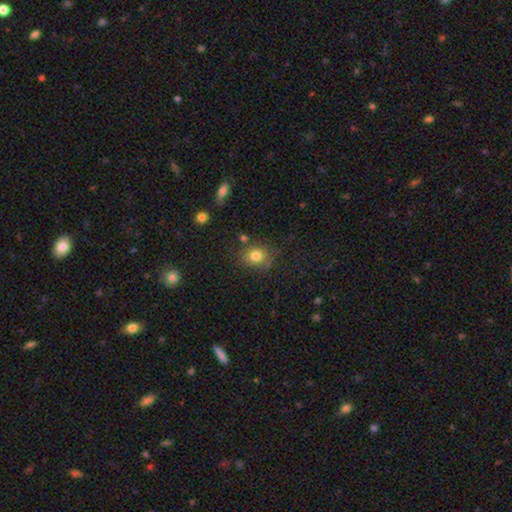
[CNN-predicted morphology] Smooth or featured?
  - smooth: 81% *
  - star or artifact: 11%
  - featured or disk: 8%
How rounded?
  - round: 64% *
  - in between: 35%
  - cigar-shaped: 1%
Merging?
  - none: 74% *
  - minor disturbance: 16%
  - merger: 5%
  - major disturbance: 5%